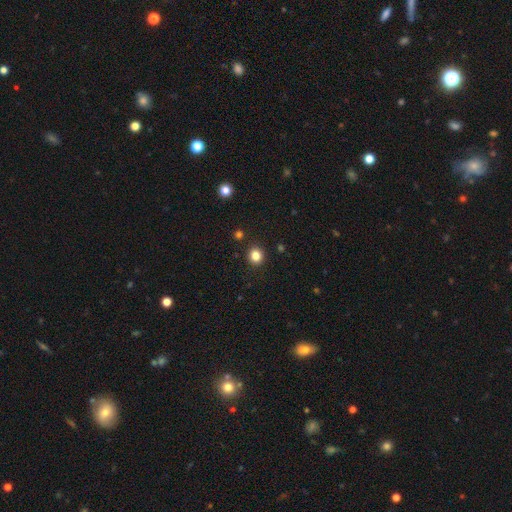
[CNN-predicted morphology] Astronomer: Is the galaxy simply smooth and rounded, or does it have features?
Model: smooth — 83%.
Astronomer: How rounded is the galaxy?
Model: round — 85%.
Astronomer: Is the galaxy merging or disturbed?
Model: none — 91%.